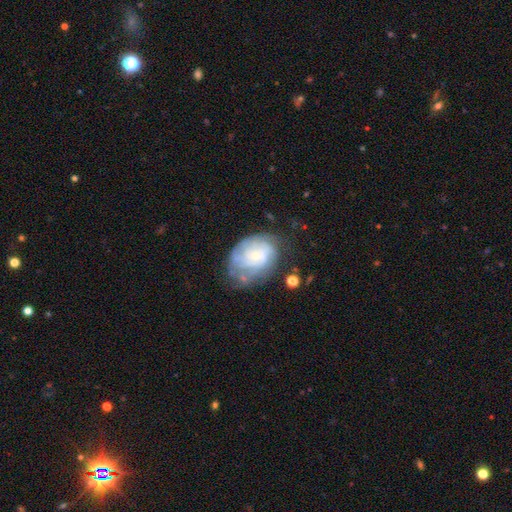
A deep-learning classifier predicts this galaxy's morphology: A featured or disk galaxy (72%) with no bar (79%), tight (67%) spiral arms (84%) and a small central bulge (75%).

Vote fractions:
- Smooth or featured? featured or disk: 72% / smooth: 21% / star or artifact: 7%
- Edge-on disk? no: 97% / yes: 3%
- Bar? no: 79% / weak: 19% / strong: 3%
- Spiral arms? yes: 84% / no: 16%
- Spiral winding? tight: 67% / medium: 25% / loose: 9%
- Spiral arm count? can't tell: 53% / 2: 13% / 3: 12% / 4: 11% / more than 4: 5% / 1: 5%
- Bulge size? small: 75% / moderate: 20% / none: 3% / large: 2% / dominant: 1%
- Merging? none: 52% / minor disturbance: 28% / major disturbance: 17% / merger: 4%